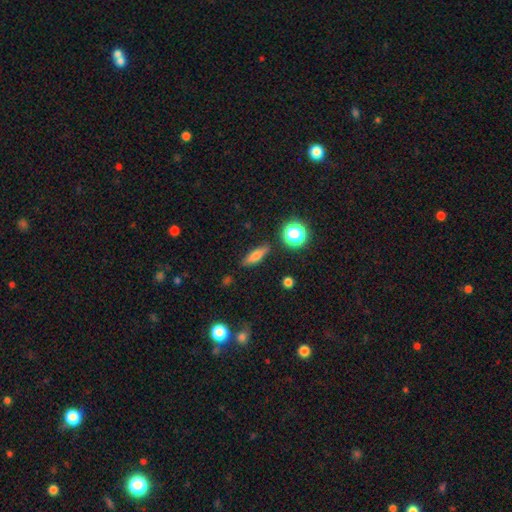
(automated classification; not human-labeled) Smooth or featured: smooth — 68% (featured or disk — 21%)
How rounded: cigar-shaped — 53% (in between — 38%)
Merging: none — 86% (minor disturbance — 9%)